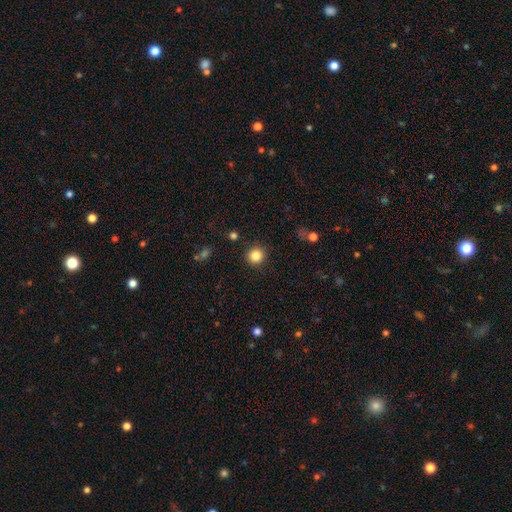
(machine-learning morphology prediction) A smooth galaxy with no disk features (84%) that is round (94%). Merging: none (90%).